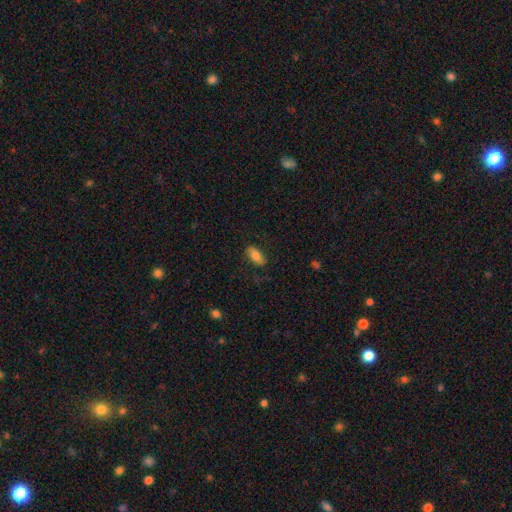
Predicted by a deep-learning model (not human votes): A smooth galaxy with no disk features (75%) that is in between round and cigar-shaped (86%). Merging: none (78%).